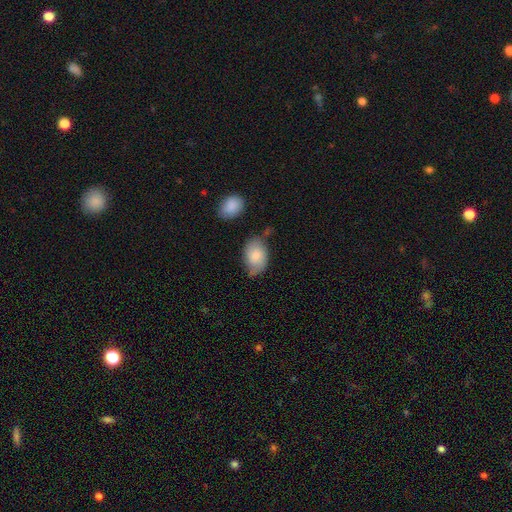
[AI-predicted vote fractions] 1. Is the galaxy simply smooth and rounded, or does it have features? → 73% smooth, 21% featured or disk, 6% star or artifact.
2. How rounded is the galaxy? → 89% in between, 10% round, 1% cigar-shaped.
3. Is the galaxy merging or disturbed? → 54% none, 32% minor disturbance, 8% major disturbance, 6% merger.